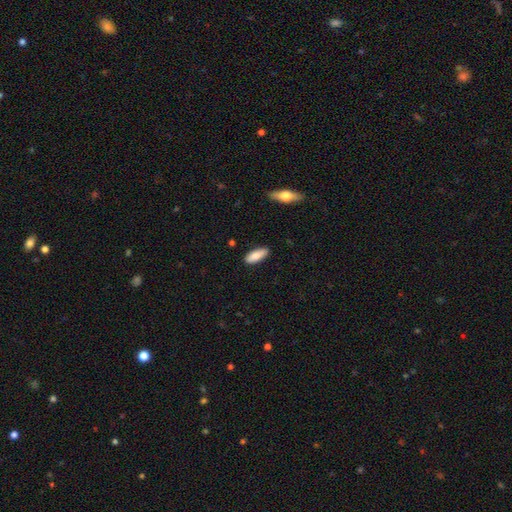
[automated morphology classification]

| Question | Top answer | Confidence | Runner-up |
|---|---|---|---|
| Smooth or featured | smooth | 84% | featured or disk (10%) |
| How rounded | in between | 73% | cigar-shaped (25%) |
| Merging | none | 86% | minor disturbance (11%) |